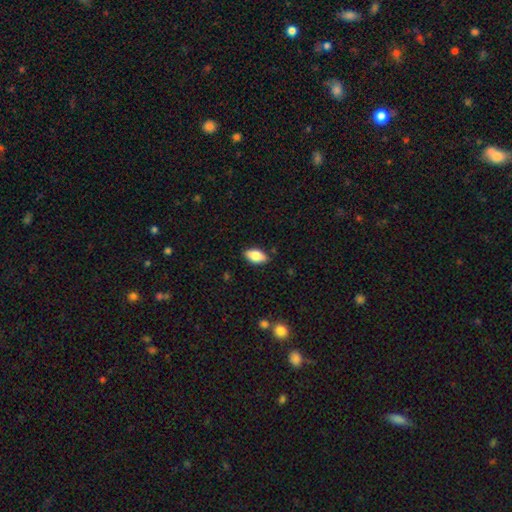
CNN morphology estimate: smooth 83%, featured or disk 10%, star or artifact 7%. Down the decision tree: how rounded — in between (91%); merging — none (85%).